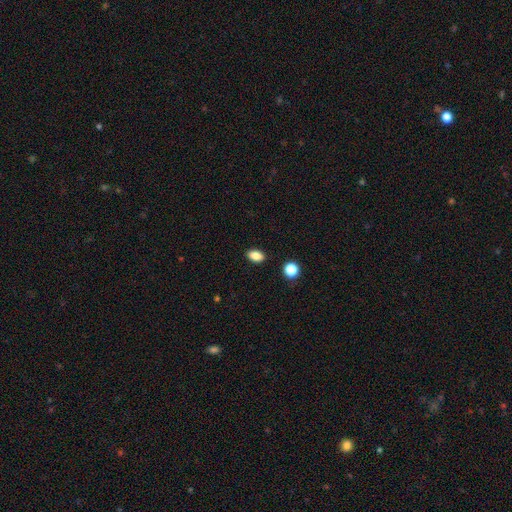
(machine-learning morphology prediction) smooth-or-featured: smooth: 85% | star or artifact: 10% | featured or disk: 6%
  how-rounded: in between: 85% | round: 12% | cigar-shaped: 3%
  merging: none: 88% | minor disturbance: 8% | major disturbance: 2% | merger: 2%